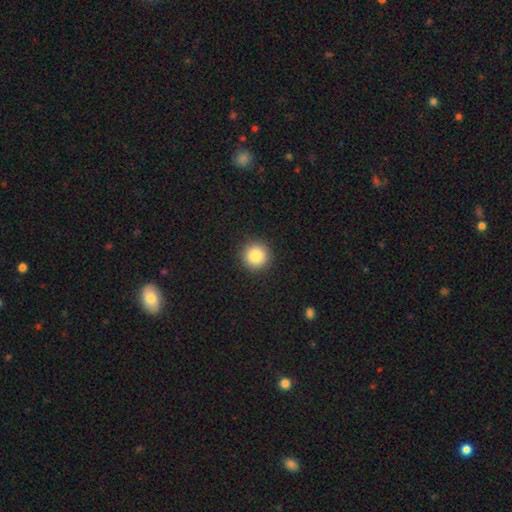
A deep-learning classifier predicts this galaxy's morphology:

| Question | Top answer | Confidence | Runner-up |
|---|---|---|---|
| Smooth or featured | smooth | 86% | star or artifact (9%) |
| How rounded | round | 96% | in between (3%) |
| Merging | none | 93% | minor disturbance (5%) |